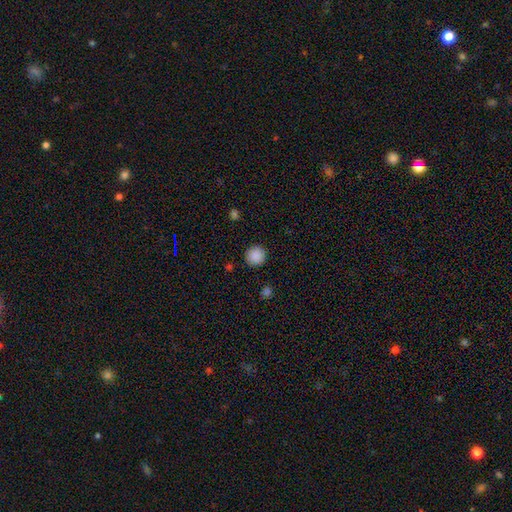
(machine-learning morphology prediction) Q: Smooth or featured?
A: smooth (88%); runner-up: star or artifact (9%)
Q: How rounded?
A: round (95%); runner-up: in between (4%)
Q: Merging?
A: none (91%); runner-up: minor disturbance (6%)